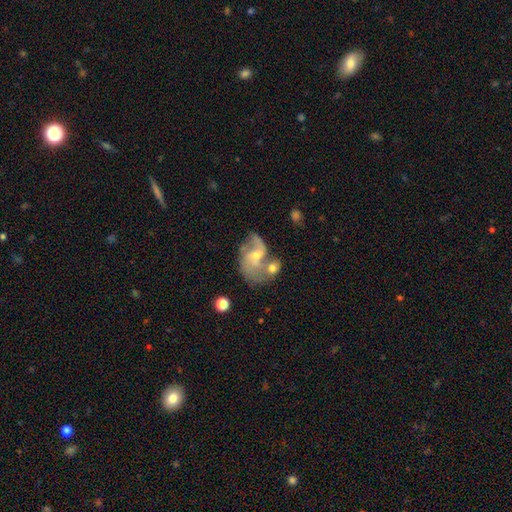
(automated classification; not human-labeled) Smooth or featured? featured or disk (76%)
Edge-on disk? no (97%)
Bar? no (47%)
Spiral arms? yes (87%)
Spiral winding? loose (52%)
Spiral arm count? 2 (73%)
Bulge size? small (56%)
Merging? merger (33%)